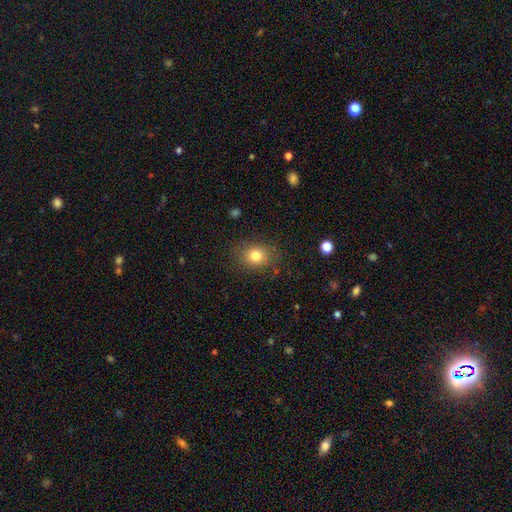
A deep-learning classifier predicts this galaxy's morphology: Overall: smooth (80%). How rounded: round (59%; in between 40%). Merging: none (82%).